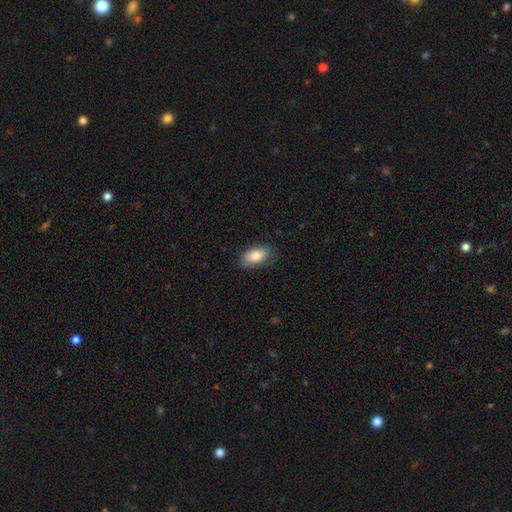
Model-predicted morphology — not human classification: smooth-or-featured: smooth: 85% | featured or disk: 8% | star or artifact: 7%
  how-rounded: in between: 92% | cigar-shaped: 4% | round: 4%
  merging: none: 79% | minor disturbance: 16% | major disturbance: 4% | merger: 1%